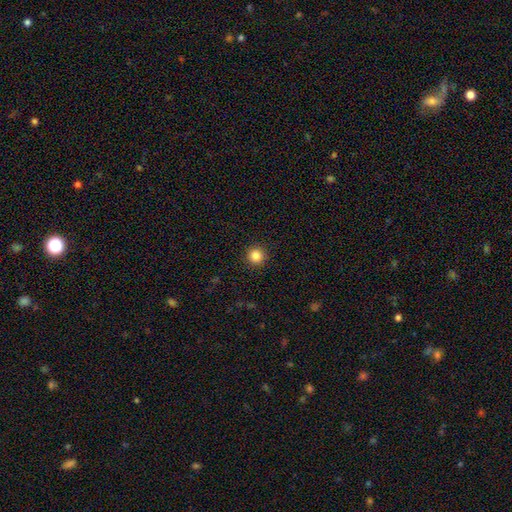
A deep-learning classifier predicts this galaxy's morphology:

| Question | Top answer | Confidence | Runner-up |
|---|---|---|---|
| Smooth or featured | smooth | 85% | star or artifact (11%) |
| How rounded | round | 95% | in between (4%) |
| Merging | none | 92% | minor disturbance (5%) |